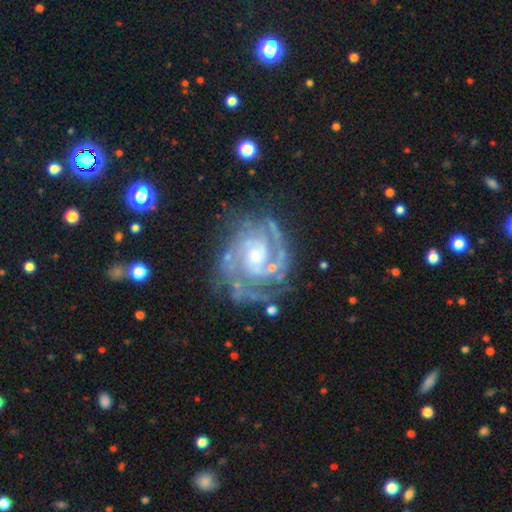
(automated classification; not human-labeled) A featured or disk galaxy (92%) with no bar (61%), 2 (56%) tight (63%) spiral arms (98%) and a small central bulge (54%). Merging: none (70%).